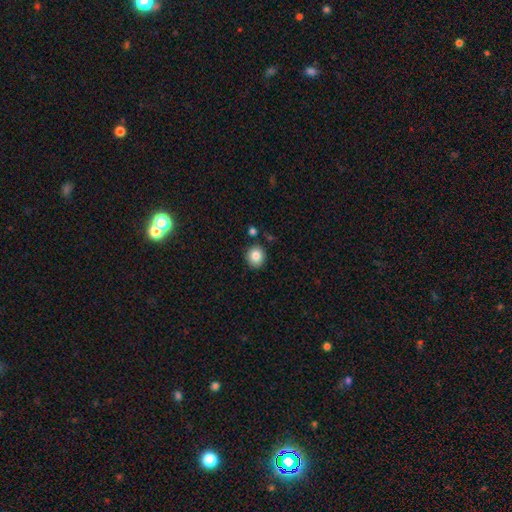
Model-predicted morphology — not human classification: Smooth or featured? Predicted: smooth (p=0.85). How rounded? Predicted: round (p=0.82). Merging? Predicted: none (p=0.85).